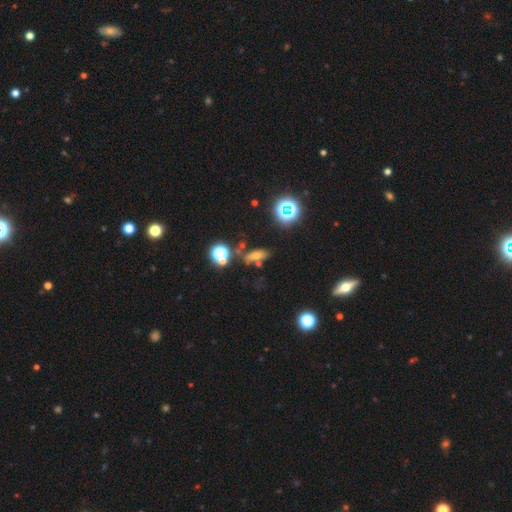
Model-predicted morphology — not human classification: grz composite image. It shows a smooth galaxy with no disk features (55%) that is in between round and cigar-shaped (60%). Merging: none (66%).